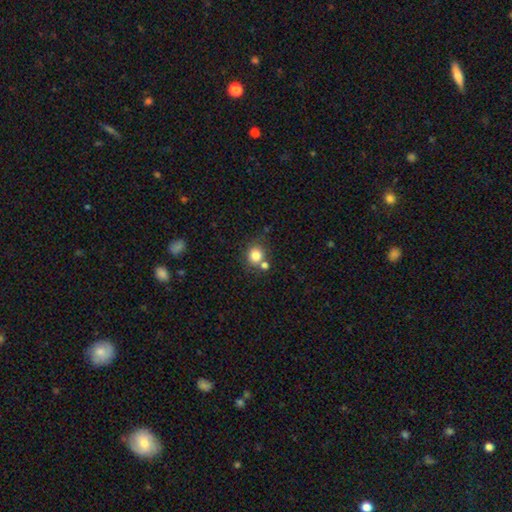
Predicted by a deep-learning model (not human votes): Overall: smooth (82%). How rounded: round (83%). Merging: none (64%).